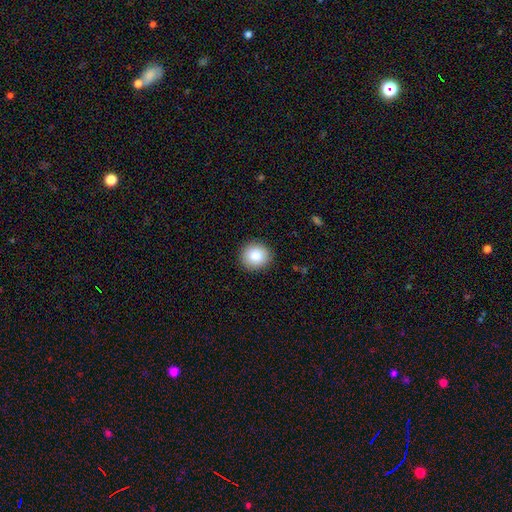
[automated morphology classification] smooth 86%, star or artifact 8%, featured or disk 6%. Down the decision tree: how rounded — round (85%); merging — none (90%).